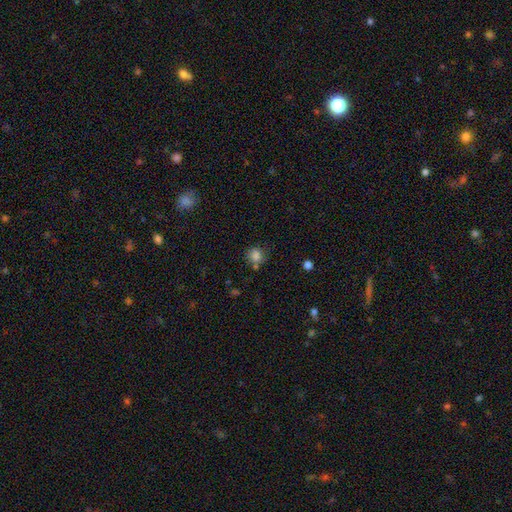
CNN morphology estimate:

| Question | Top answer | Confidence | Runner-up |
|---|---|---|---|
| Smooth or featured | smooth | 83% | star or artifact (12%) |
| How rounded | round | 84% | in between (15%) |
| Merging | none | 69% | minor disturbance (16%) |